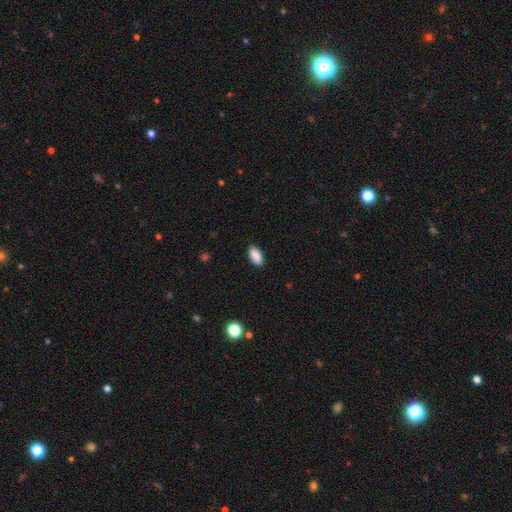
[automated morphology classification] Smooth or featured? smooth (90%)
How rounded? in between (93%)
Merging? none (87%)